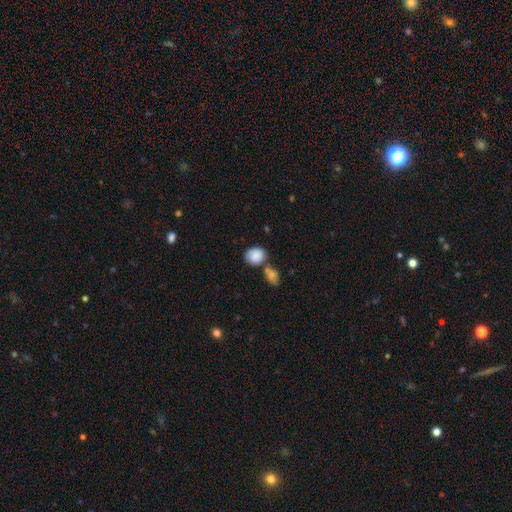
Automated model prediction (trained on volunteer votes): This is clearly a smooth galaxy (85%). How rounded: possibly round (59%). Merging: possibly none (51%).